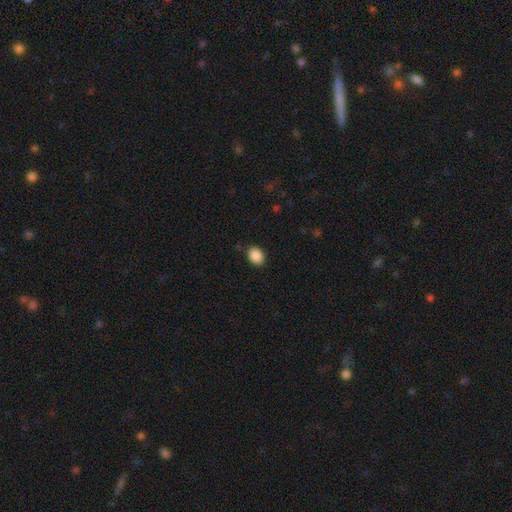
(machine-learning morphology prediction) This appears to be a smooth galaxy with no disk features (89%) that is in between round and cigar-shaped (68%). Merging: none (88%).